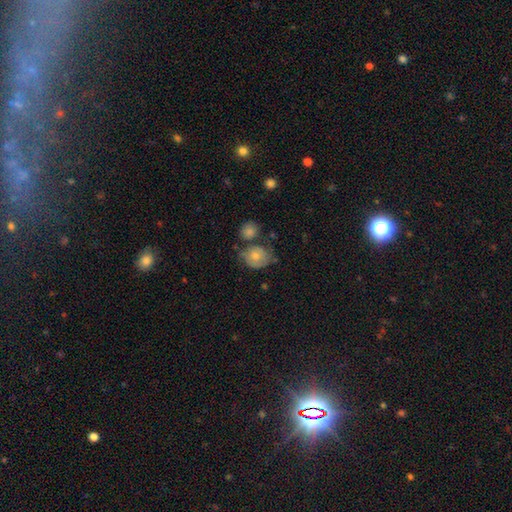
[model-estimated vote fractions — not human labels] smooth 66%, featured or disk 26%, star or artifact 8%. Down the decision tree: how rounded — round (61%); merging — none (44%).